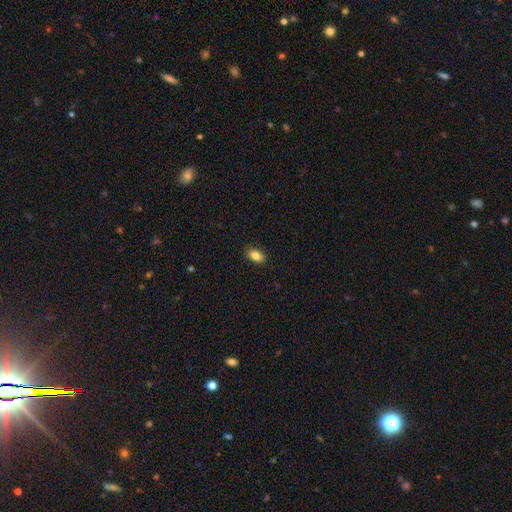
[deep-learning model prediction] Smooth or featured? smooth (85%)
How rounded? in between (88%)
Merging? none (89%)